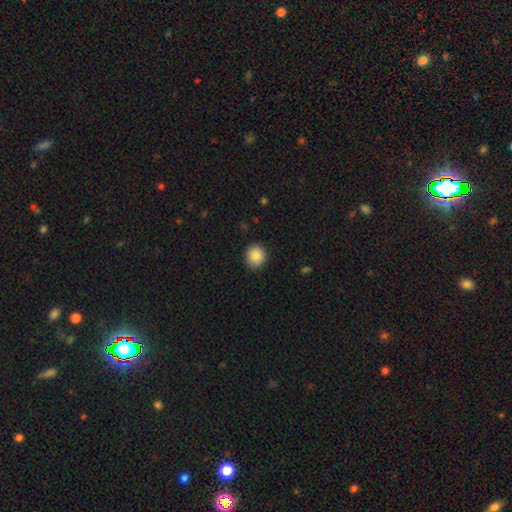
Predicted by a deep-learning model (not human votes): This appears to be a smooth galaxy with no disk features (87%) that is round (81%). Merging: none (88%).